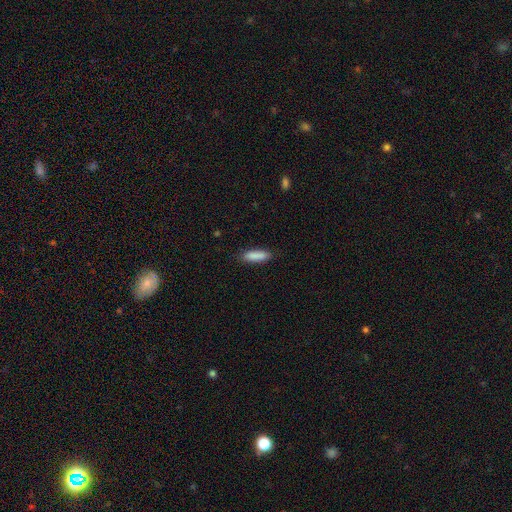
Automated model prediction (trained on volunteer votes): Q: Smooth or featured?
A: smooth (88%); runner-up: star or artifact (6%)
Q: How rounded?
A: cigar-shaped (57%); runner-up: in between (42%)
Q: Merging?
A: none (86%); runner-up: minor disturbance (11%)